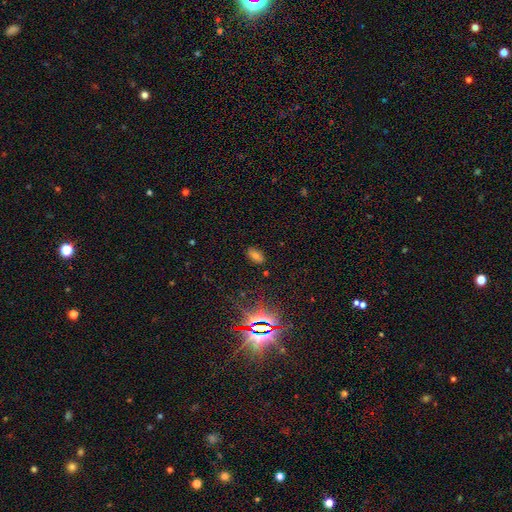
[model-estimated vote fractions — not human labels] A smooth galaxy with no disk features (45%).

Vote fractions:
- Smooth or featured? smooth: 45% / star or artifact: 43% / featured or disk: 12%
- Merging? none: 85% / minor disturbance: 10% / major disturbance: 3% / merger: 2%